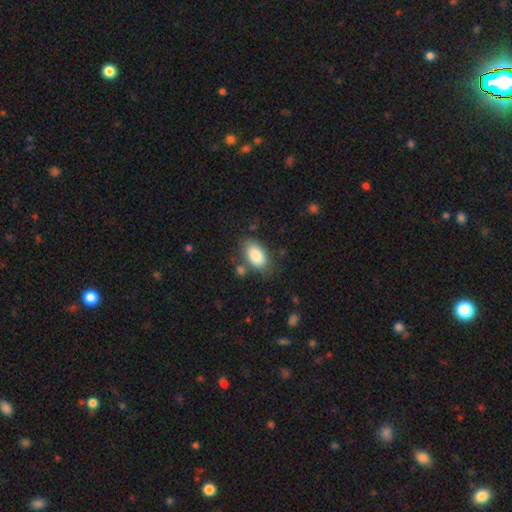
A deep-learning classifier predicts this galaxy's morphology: type=smooth (86%); roundness=in between (93%); merging=none (74%).